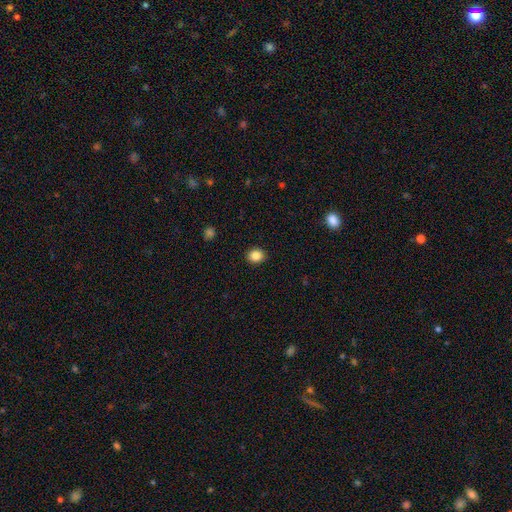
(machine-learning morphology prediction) smooth-or-featured: smooth: 85% | star or artifact: 10% | featured or disk: 5%
  how-rounded: round: 69% | in between: 30% | cigar-shaped: 1%
  merging: none: 91% | minor disturbance: 6% | major disturbance: 2% | merger: 1%